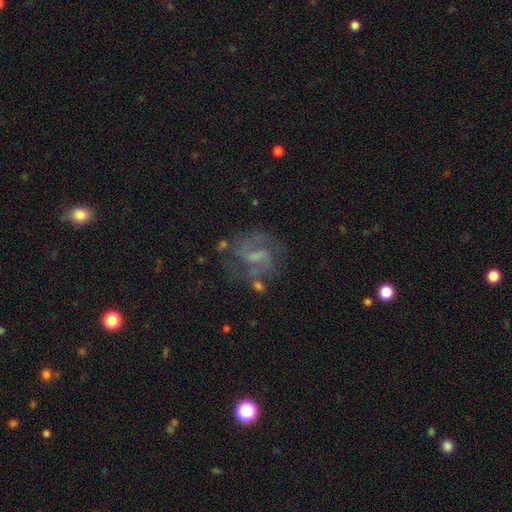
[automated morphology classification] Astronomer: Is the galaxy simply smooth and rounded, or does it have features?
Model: featured or disk — 81%.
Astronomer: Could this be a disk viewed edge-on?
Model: no — 97%.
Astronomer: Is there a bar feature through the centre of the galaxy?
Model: weak — 53%.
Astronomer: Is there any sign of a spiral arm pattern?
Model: yes — 93%.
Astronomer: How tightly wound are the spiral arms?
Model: medium — 55%.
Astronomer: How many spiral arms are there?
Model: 2 — 82%.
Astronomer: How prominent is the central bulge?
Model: small — 39% (runner-up: none, 36%).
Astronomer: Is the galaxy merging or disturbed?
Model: none — 67%.